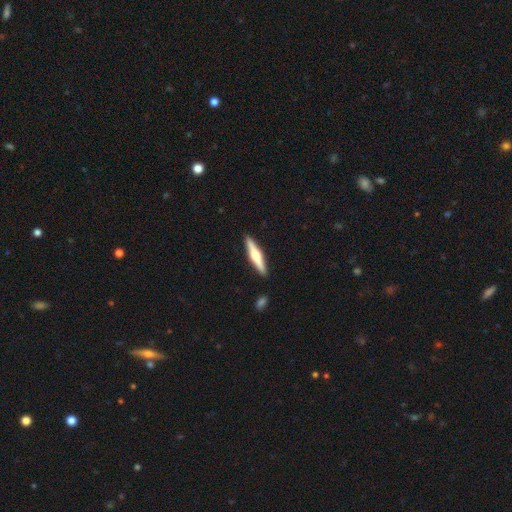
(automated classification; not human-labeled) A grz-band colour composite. It shows a featured or disk galaxy (60%) viewed edge-on (97%) with a rounded central bulge (87%). Merging: none (91%).